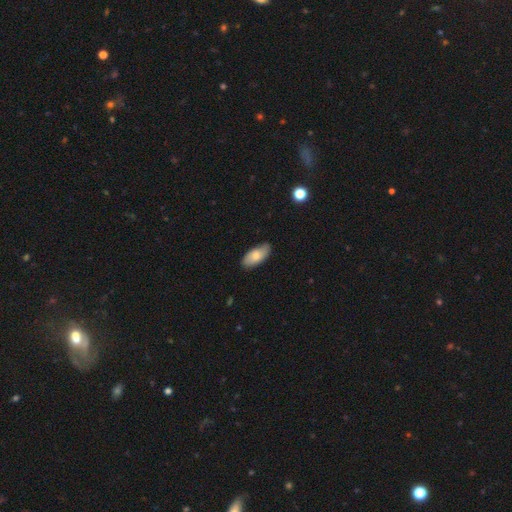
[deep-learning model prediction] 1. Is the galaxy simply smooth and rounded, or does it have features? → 76% smooth, 18% featured or disk, 6% star or artifact.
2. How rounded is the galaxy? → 92% in between, 6% cigar-shaped, 2% round.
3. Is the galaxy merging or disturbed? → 82% none, 15% minor disturbance, 2% major disturbance, 1% merger.